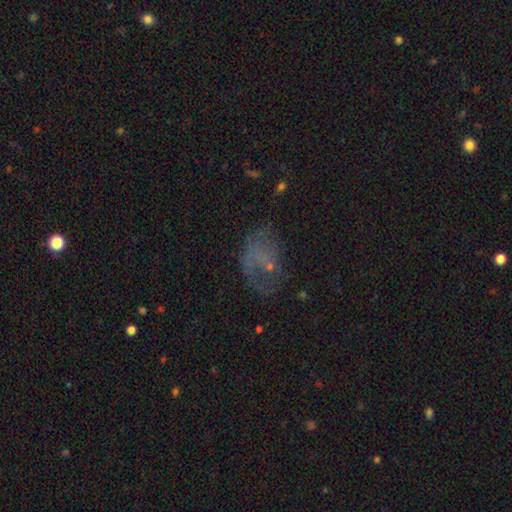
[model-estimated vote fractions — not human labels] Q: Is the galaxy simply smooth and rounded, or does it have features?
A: featured or disk — 41%.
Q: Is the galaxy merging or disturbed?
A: none — 53%.